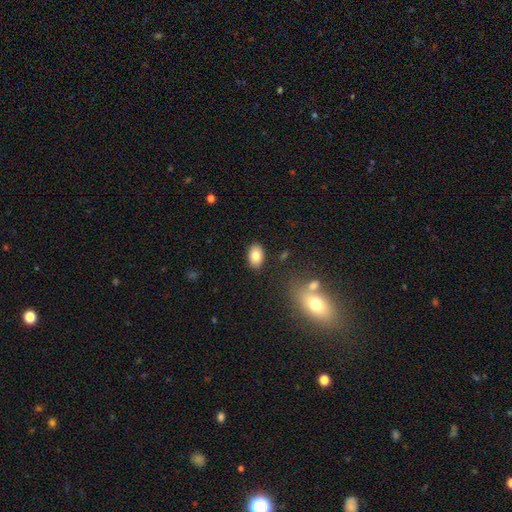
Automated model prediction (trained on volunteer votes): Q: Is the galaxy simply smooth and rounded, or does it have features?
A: smooth — 83%.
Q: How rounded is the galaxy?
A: in between — 88%.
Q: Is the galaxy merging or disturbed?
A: none — 86%.